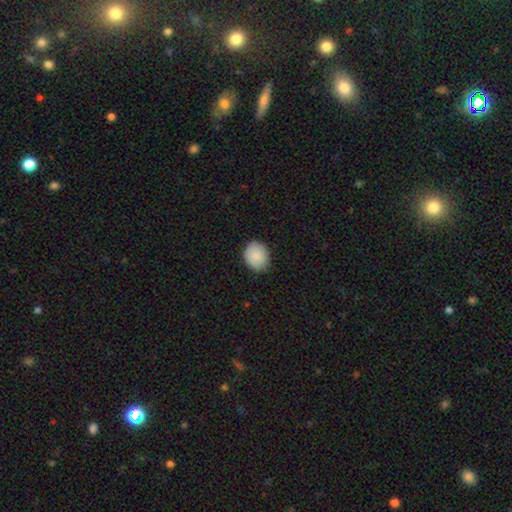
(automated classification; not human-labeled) smooth 88%, star or artifact 7%, featured or disk 5%. Down the decision tree: how rounded — round (59%); merging — none (82%).